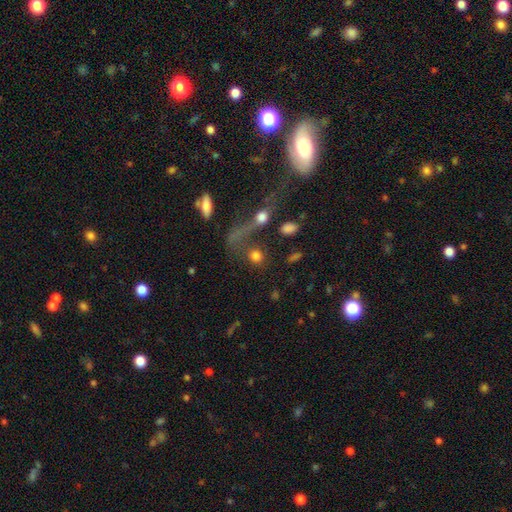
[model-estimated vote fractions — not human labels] Smooth or featured? smooth (74%)
How rounded? round (74%)
Merging? none (39%)